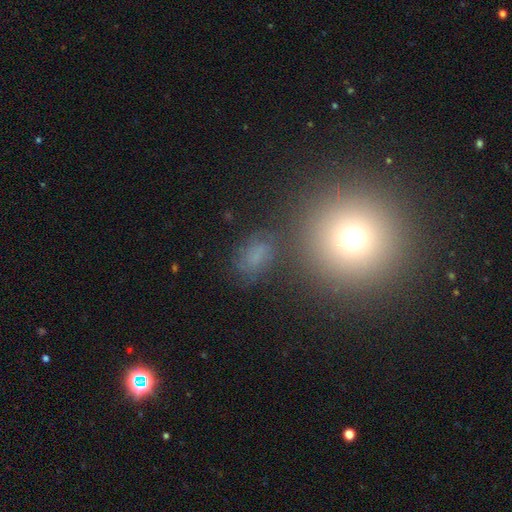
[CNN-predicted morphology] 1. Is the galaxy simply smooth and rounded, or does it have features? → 57% smooth, 25% star or artifact, 18% featured or disk.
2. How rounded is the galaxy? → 74% in between, 23% round, 3% cigar-shaped.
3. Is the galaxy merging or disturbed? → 63% none, 19% minor disturbance, 10% major disturbance, 9% merger.